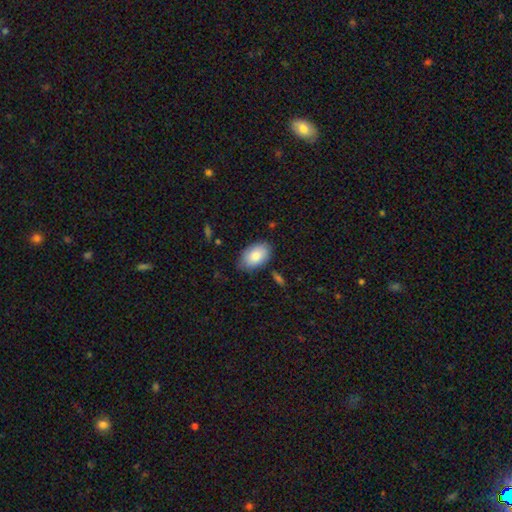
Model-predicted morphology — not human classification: smooth-or-featured: smooth: 85% | featured or disk: 9% | star or artifact: 6%
  how-rounded: in between: 92% | round: 7% | cigar-shaped: 1%
  merging: none: 79% | minor disturbance: 16% | major disturbance: 3% | merger: 2%